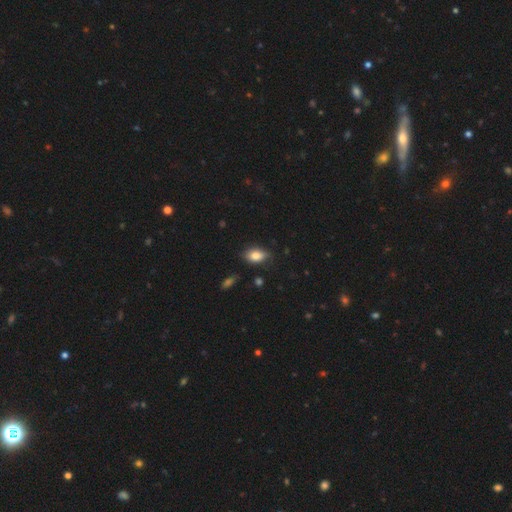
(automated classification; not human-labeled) Smooth or featured? smooth (80%)
How rounded? in between (84%)
Merging? none (73%)